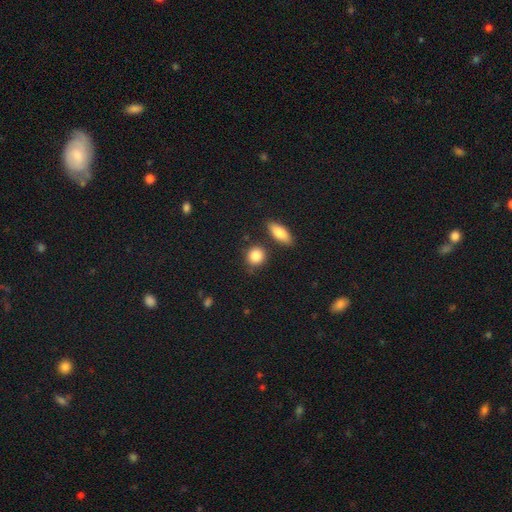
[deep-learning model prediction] A smooth galaxy with no disk features (86%) that is round (77%).

Vote fractions:
- Smooth or featured? smooth: 86% / star or artifact: 8% / featured or disk: 6%
- How rounded? round: 77% / in between: 20% / cigar-shaped: 2%
- Merging? none: 78% / minor disturbance: 11% / merger: 7% / major disturbance: 3%